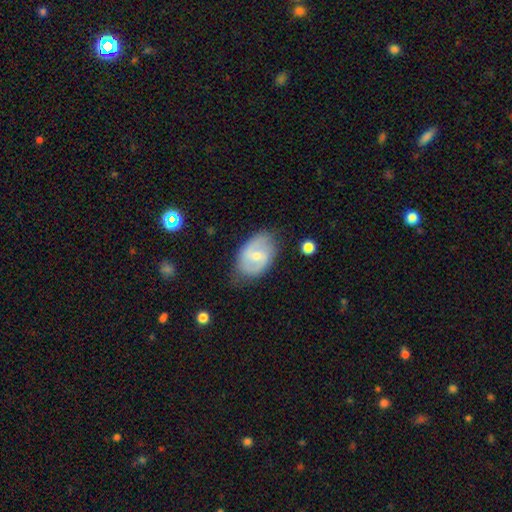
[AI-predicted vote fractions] smooth-or-featured: featured or disk: 63% | smooth: 31% | star or artifact: 6%
  disk-edge-on: no: 97% | yes: 3%
    bar: weak: 57% | no: 27% | strong: 16%
    has-spiral-arms: yes: 82% | no: 18%
    bulge-size: small: 54% | moderate: 41% | none: 3% | large: 2% | dominant: 1%
  merging: none: 72% | minor disturbance: 21% | major disturbance: 6% | merger: 2%